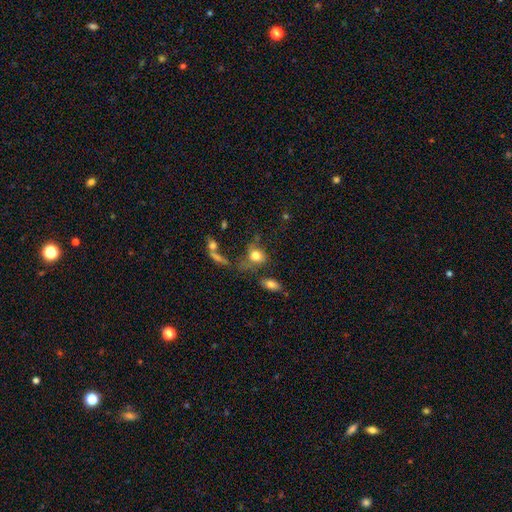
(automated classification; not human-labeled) This appears to be a smooth galaxy with no disk features (76%) that is in between round and cigar-shaped (53%). Merging: none (40%).